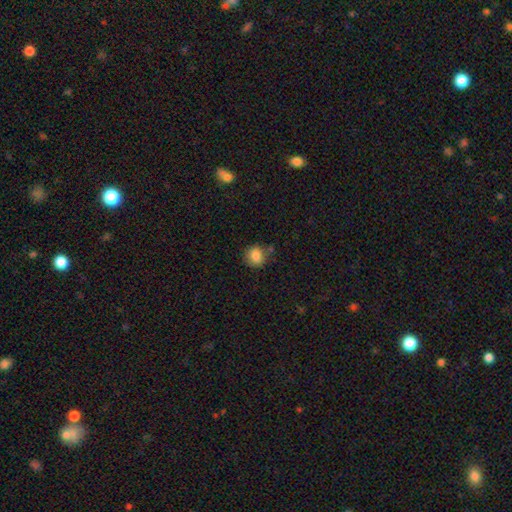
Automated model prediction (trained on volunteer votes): Overall: smooth (84%). How rounded: round (82%). Merging: none (73%).